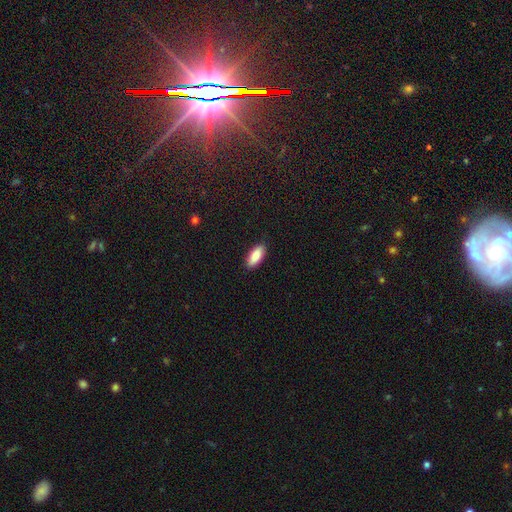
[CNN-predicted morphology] Smooth or featured? smooth (87%)
How rounded? in between (84%)
Merging? none (88%)